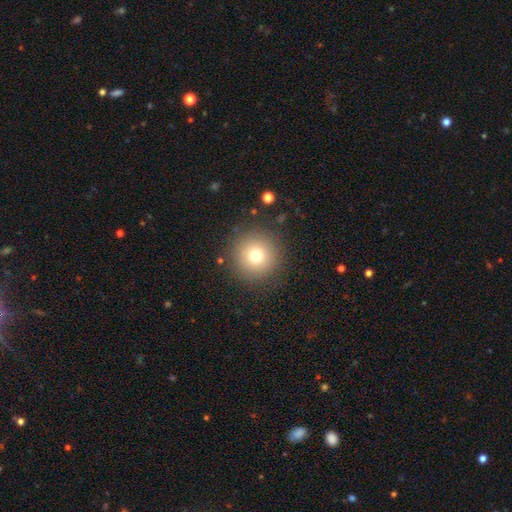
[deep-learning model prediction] Q: Smooth or featured?
A: smooth (75%); runner-up: star or artifact (14%)
Q: How rounded?
A: round (96%); runner-up: in between (3%)
Q: Merging?
A: none (88%); runner-up: minor disturbance (7%)